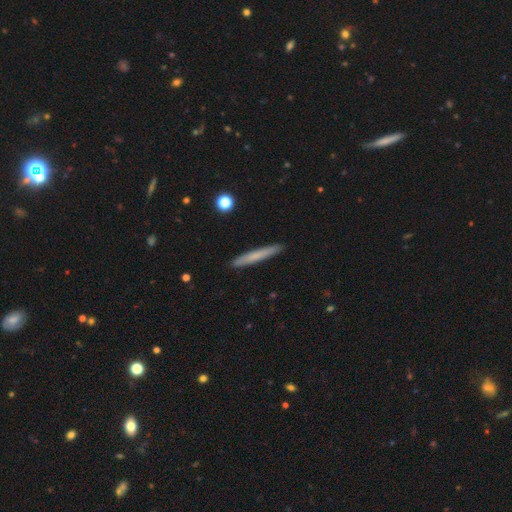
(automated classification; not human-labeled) Smooth or featured? Predicted: smooth (p=0.68). How rounded? Predicted: cigar-shaped (p=0.96). Merging? Predicted: none (p=0.92).